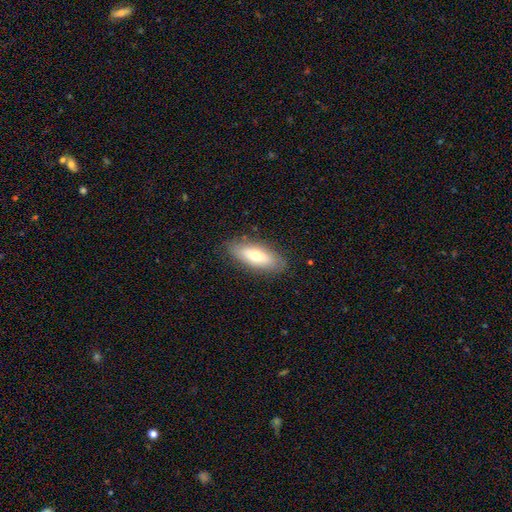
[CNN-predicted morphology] Smooth or featured? Predicted: smooth (p=0.65). How rounded? Predicted: in between (p=0.75). Merging? Predicted: none (p=0.84).